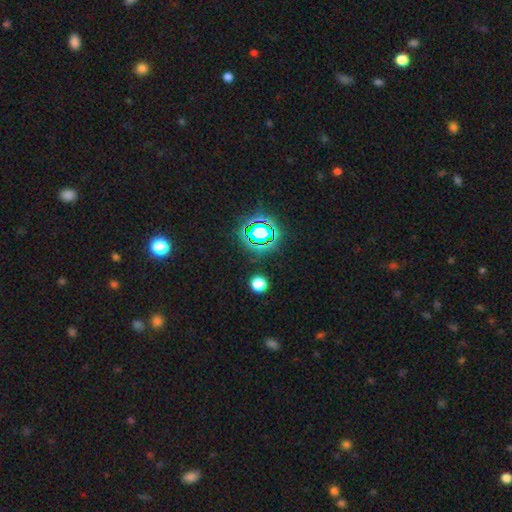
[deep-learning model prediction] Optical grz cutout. It shows a star or artifact, not a galaxy (74%).